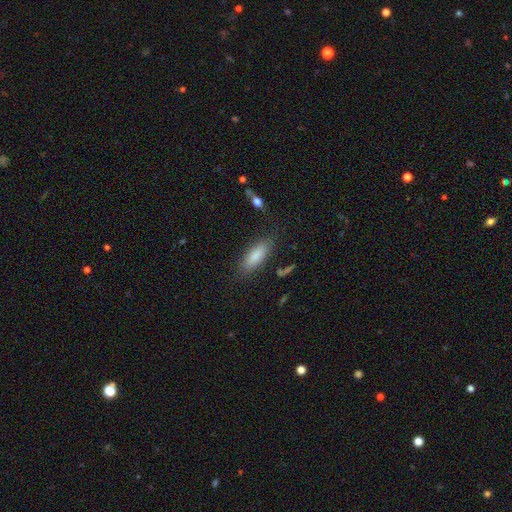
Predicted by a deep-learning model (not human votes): Smooth or featured?
  - smooth: 81% *
  - featured or disk: 13%
  - star or artifact: 7%
How rounded?
  - in between: 70% *
  - cigar-shaped: 28%
  - round: 2%
Merging?
  - none: 80% *
  - minor disturbance: 13%
  - major disturbance: 4%
  - merger: 3%